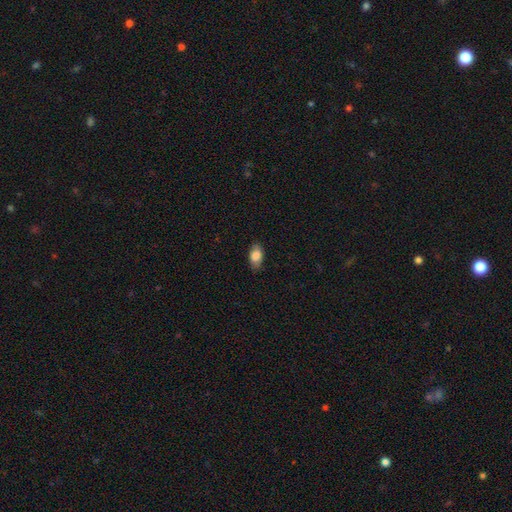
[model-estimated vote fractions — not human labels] Smooth or featured? smooth (85%)
How rounded? in between (90%)
Merging? none (84%)